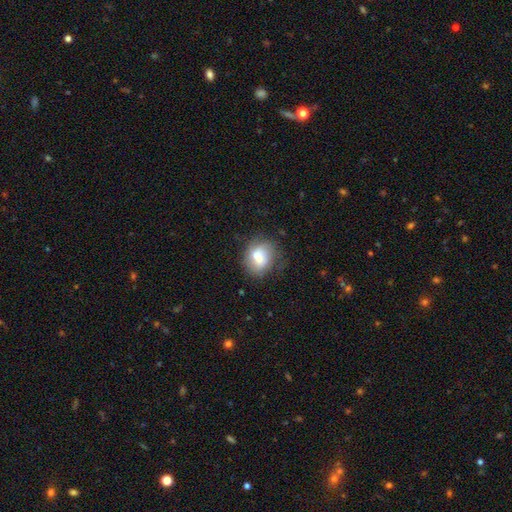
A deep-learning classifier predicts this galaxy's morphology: Overall: smooth (57%; featured or disk 34%). How rounded: round (57%; in between 41%). Merging: none (54%; minor disturbance 24%).